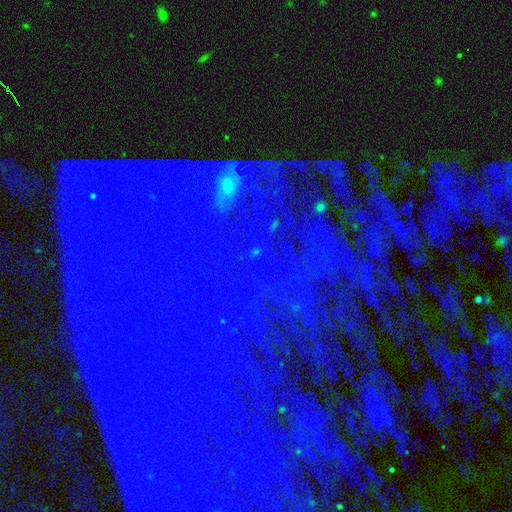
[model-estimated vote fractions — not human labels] Smooth or featured: star or artifact — 83% (featured or disk — 9%)